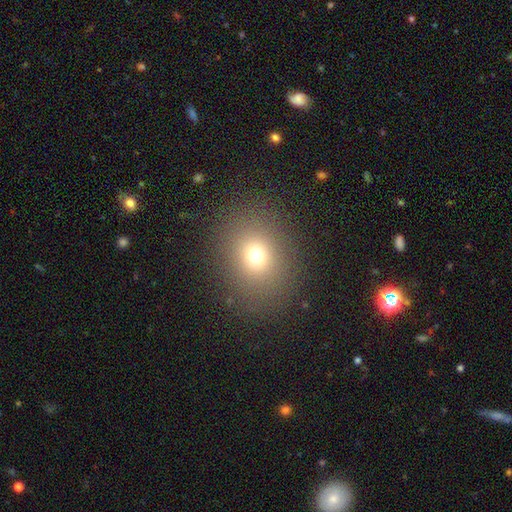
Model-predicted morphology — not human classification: The model was most divided on "how rounded": round: 64%, in between: 35%, cigar-shaped: 1%. More confident: merging — none (86%); smooth or featured — smooth (70%).